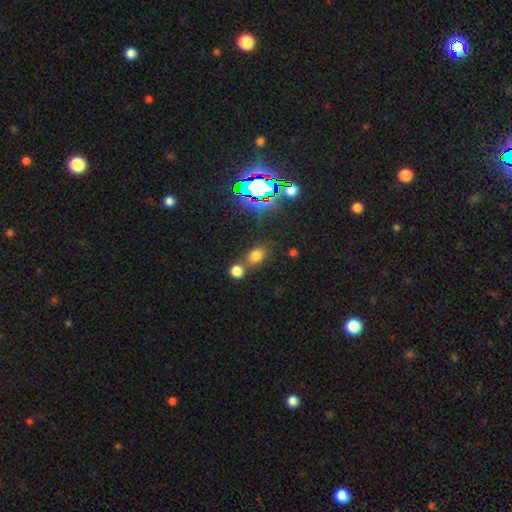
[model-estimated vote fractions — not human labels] smooth-or-featured: smooth: 68% | star or artifact: 24% | featured or disk: 8%
  how-rounded: round: 49% (tied) | in between: 49% (tied) | cigar-shaped: 2%
  merging: none: 59% | merger: 26% | minor disturbance: 11% | major disturbance: 4%